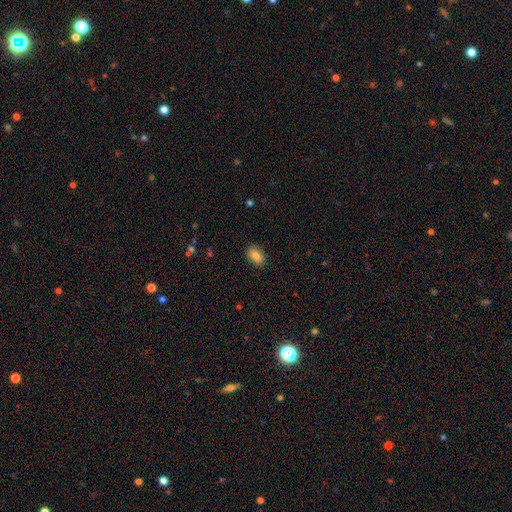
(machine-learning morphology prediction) Overall: smooth (84%). How rounded: in between (86%). Merging: none (88%).